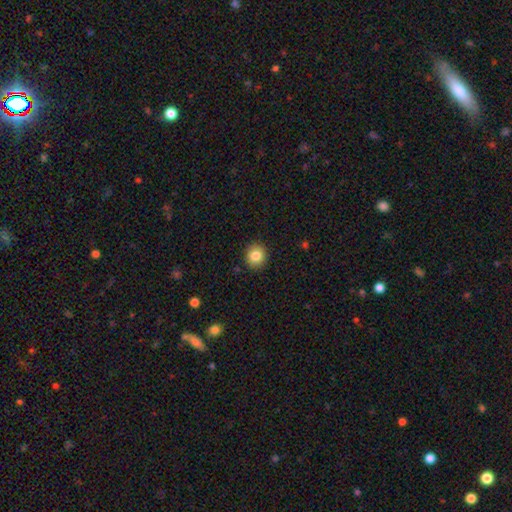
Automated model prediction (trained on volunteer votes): This is clearly a smooth galaxy (84%). How rounded: clearly round (82%). Merging: clearly none (91%).